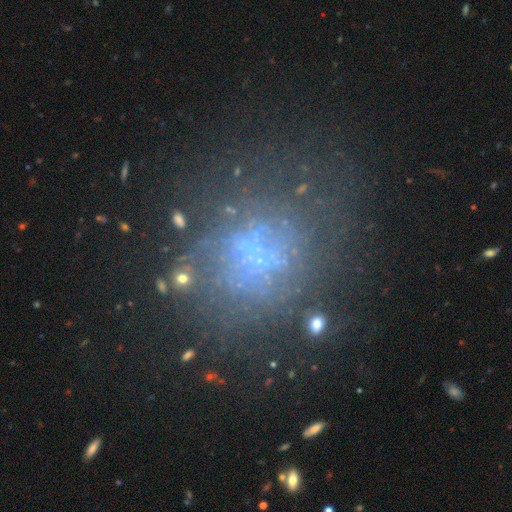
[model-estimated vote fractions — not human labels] Smooth or featured: featured or disk — 45% (smooth — 28%)
Merging: none — 55% (major disturbance — 23%)